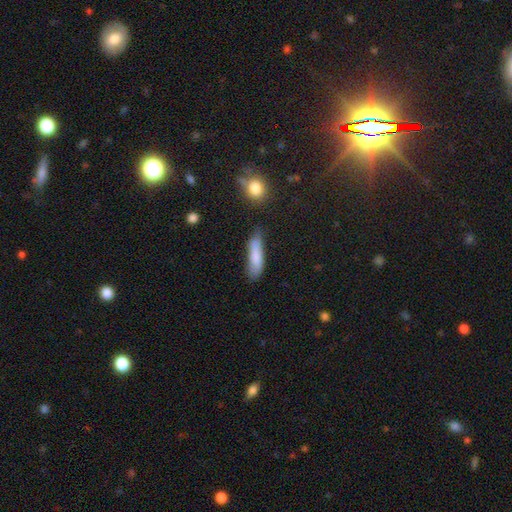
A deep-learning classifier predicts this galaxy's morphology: smooth-or-featured: smooth: 81% | featured or disk: 12% | star or artifact: 7%
  how-rounded: cigar-shaped: 67% | in between: 31% | round: 2%
  merging: none: 60% | minor disturbance: 28% | major disturbance: 7% | merger: 5%